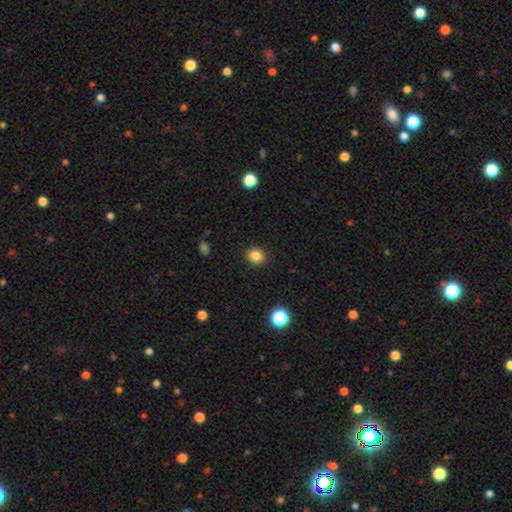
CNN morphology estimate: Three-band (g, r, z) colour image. It shows a smooth galaxy with no disk features (84%) that is round (69%). Merging: none (90%).